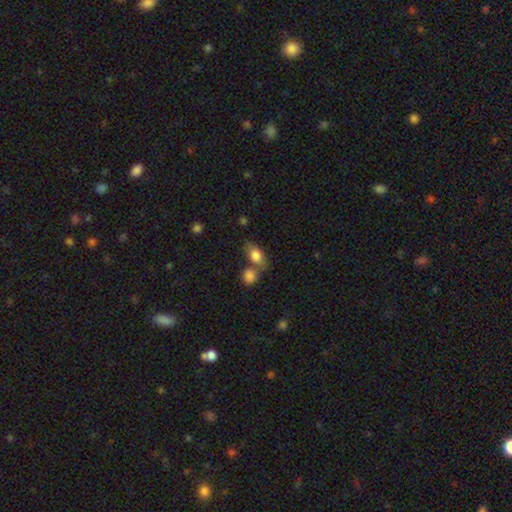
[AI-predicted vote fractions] smooth-or-featured: smooth: 80% | featured or disk: 12% | star or artifact: 8%
  how-rounded: in between: 73% | round: 23% | cigar-shaped: 4%
  merging: none: 47% | merger: 33% | minor disturbance: 15% | major disturbance: 6%